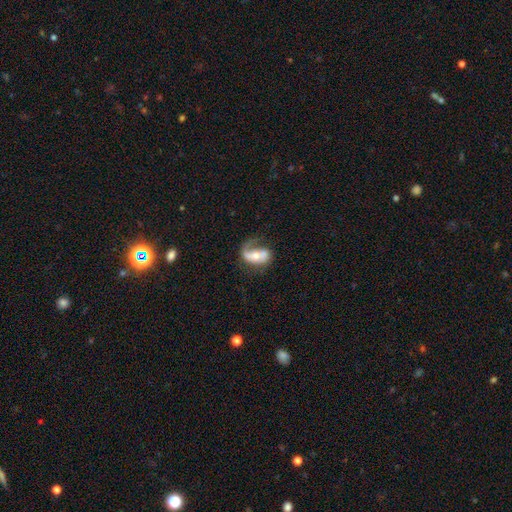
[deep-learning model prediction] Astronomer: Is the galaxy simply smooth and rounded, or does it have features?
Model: featured or disk — 64%.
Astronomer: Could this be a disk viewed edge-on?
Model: no — 95%.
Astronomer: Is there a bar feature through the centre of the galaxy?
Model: no — 53% (runner-up: weak, 28%).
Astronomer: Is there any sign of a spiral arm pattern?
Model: yes — 80%.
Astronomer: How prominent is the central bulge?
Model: moderate — 59%.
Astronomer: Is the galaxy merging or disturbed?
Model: none — 39% (runner-up: major disturbance, 31%).